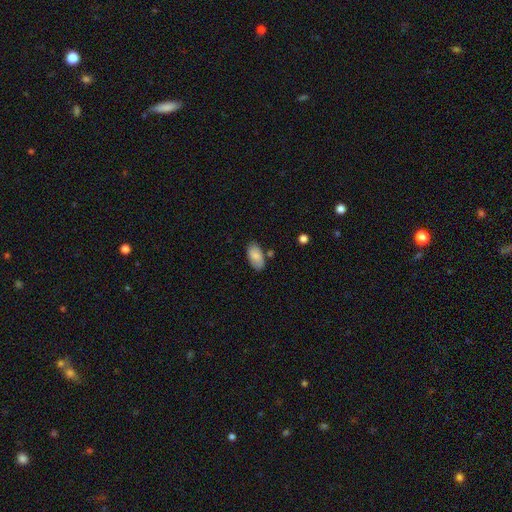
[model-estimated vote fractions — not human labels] This is clearly a smooth galaxy (85%). How rounded: clearly in between (95%). Merging: likely none (74%).